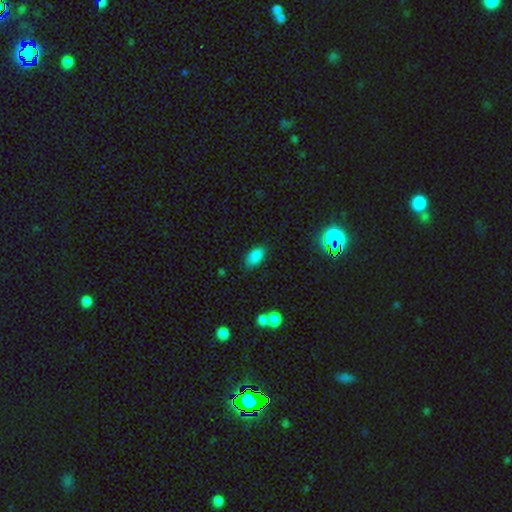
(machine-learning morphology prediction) smooth 83%, star or artifact 11%, featured or disk 6%. Down the decision tree: how rounded — in between (92%); merging — none (80%).